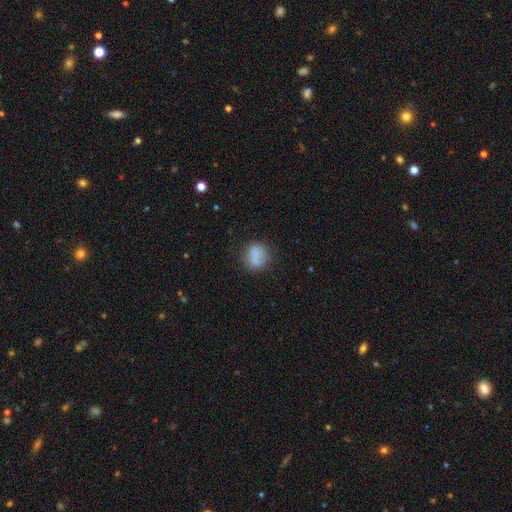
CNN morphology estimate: Smooth or featured? Predicted: smooth (p=0.75). How rounded? Predicted: round (p=0.73). Merging? Predicted: none (p=0.68).